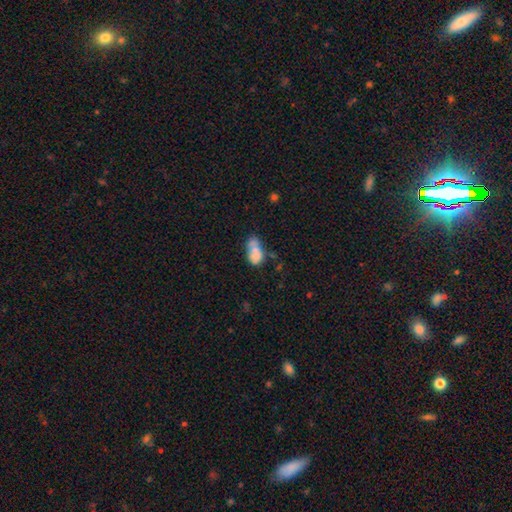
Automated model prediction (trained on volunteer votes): smooth_or_featured: smooth (p=0.68) [alt: featured or disk p=0.22]
how_rounded: in between (p=0.83) [alt: round p=0.13]
merging: merger (p=0.43) [alt: none p=0.28]